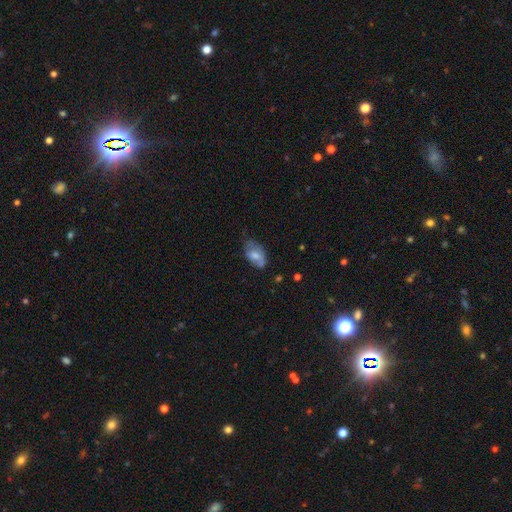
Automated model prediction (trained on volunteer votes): Smooth or featured? Predicted: smooth (p=0.66). How rounded? Predicted: in between (p=0.92). Merging? Predicted: none (p=0.50).